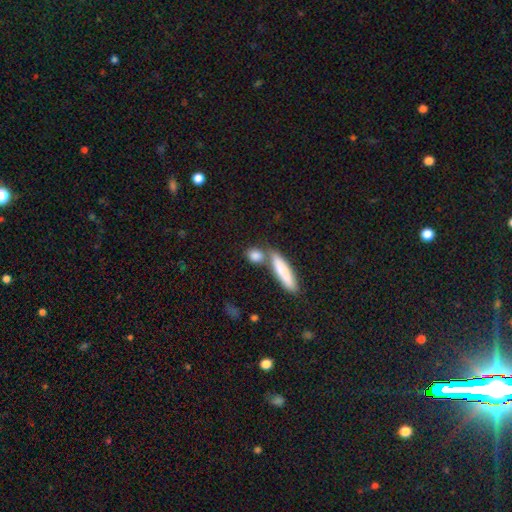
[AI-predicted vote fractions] A smooth galaxy with no disk features (82%) that is in between round and cigar-shaped (39%).

Vote fractions:
- Smooth or featured? smooth: 82% / featured or disk: 10% / star or artifact: 7%
- How rounded? in between: 39% / round: 35% / cigar-shaped: 26%
- Merging? none: 59% / merger: 26% / minor disturbance: 11% / major disturbance: 4%